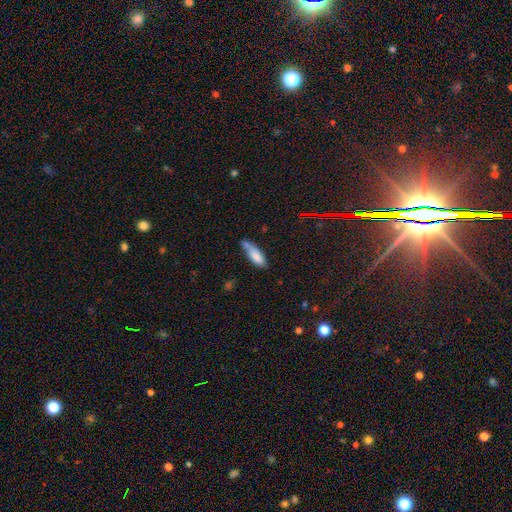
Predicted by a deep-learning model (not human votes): This is clearly a smooth galaxy (80%). How rounded: likely in between (65%). Merging: marginally none (41%).